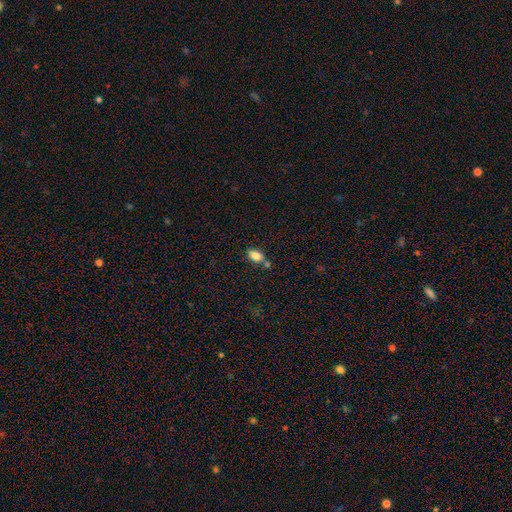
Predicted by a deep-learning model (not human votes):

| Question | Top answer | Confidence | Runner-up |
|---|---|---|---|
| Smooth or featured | smooth | 84% | star or artifact (9%) |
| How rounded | in between | 85% | round (13%) |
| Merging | none | 62% | merger (20%) |